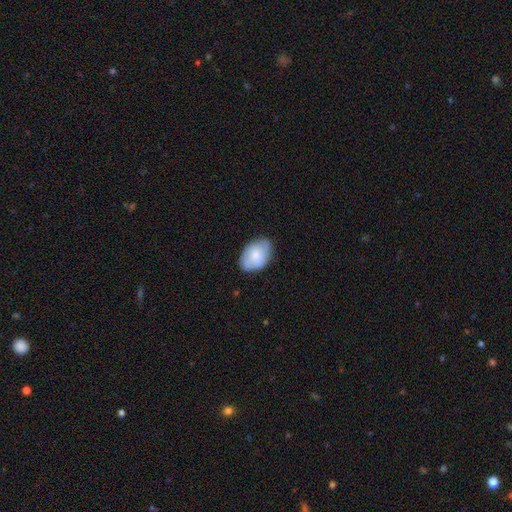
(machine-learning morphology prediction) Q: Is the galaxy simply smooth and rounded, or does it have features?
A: smooth — 70%.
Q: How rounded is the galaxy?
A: in between — 85%.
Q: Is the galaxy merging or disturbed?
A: none — 73%.